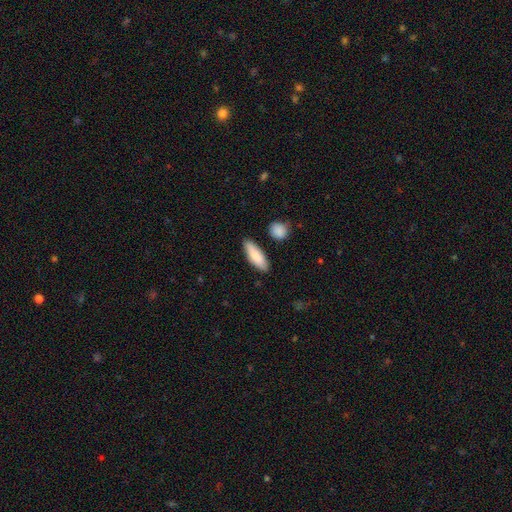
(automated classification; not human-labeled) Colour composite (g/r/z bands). It shows a smooth galaxy with no disk features (84%) that is in between round and cigar-shaped (59%). Merging: none (84%).